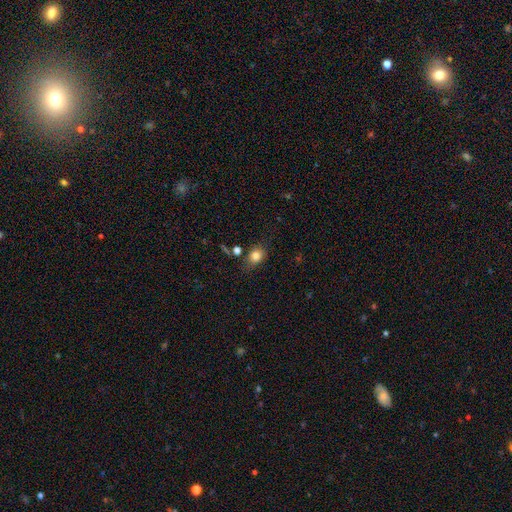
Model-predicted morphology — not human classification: smooth-or-featured: smooth: 80% | star or artifact: 11% | featured or disk: 9%
  how-rounded: in between: 59% | round: 40% | cigar-shaped: 2%
  merging: none: 71% | minor disturbance: 19% | merger: 5% | major disturbance: 5%